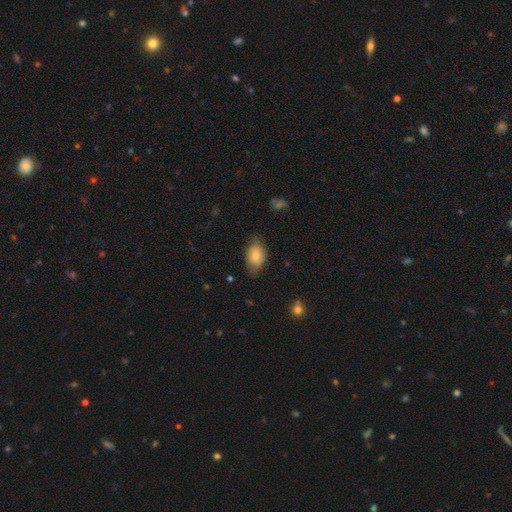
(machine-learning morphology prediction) Smooth or featured? Predicted: smooth (p=0.73). How rounded? Predicted: in between (p=0.84). Merging? Predicted: none (p=0.63).